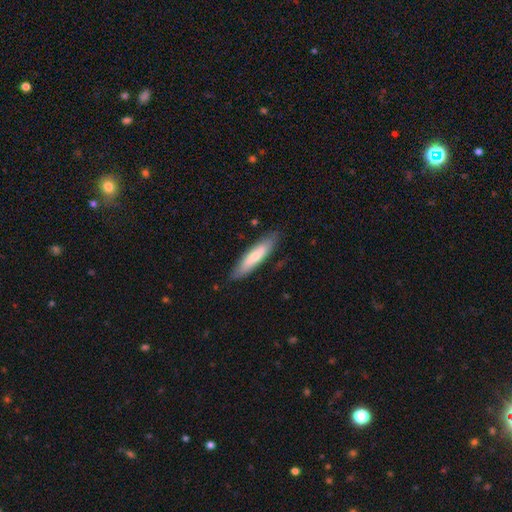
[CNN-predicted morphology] This is likely a smooth galaxy (66%). How rounded: likely cigar-shaped (78%). Merging: clearly none (84%).